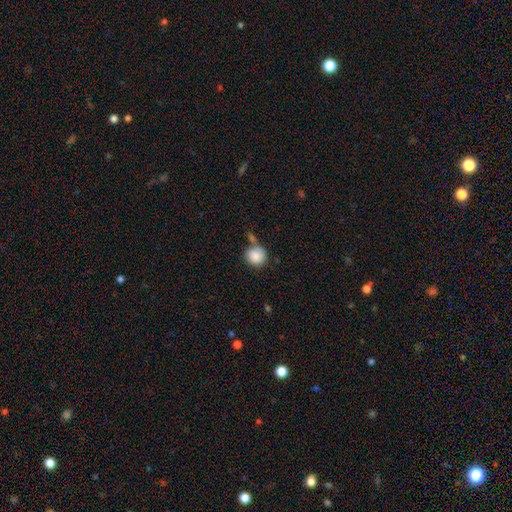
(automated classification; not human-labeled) Morphology: type=smooth (87%); roundness=round (88%); merging=none (57%).